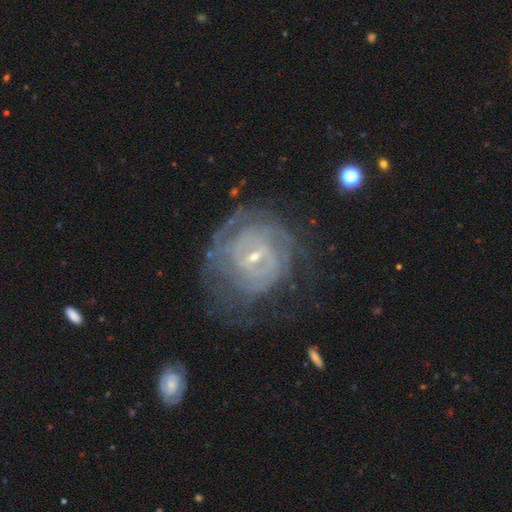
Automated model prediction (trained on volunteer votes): Morphology: type=featured or disk (83%); edge-on=no (97%); bar=weak (52%); spiral arms=yes (91%); winding=tight (76%); arm count=can't tell (49%); bulge=small (77%); merging=none (64%).